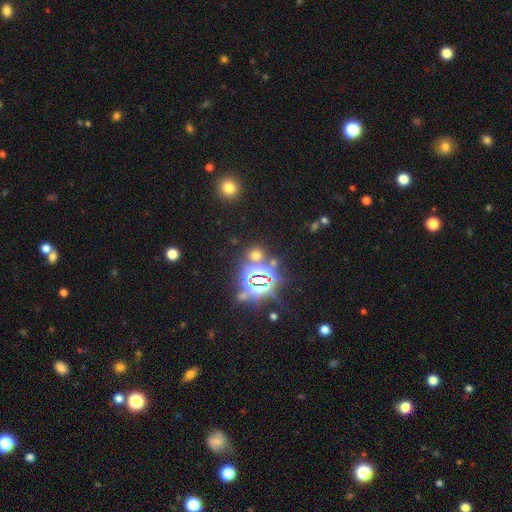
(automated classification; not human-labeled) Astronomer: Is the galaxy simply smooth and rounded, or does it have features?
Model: star or artifact — 55% (runner-up: smooth, 38%).